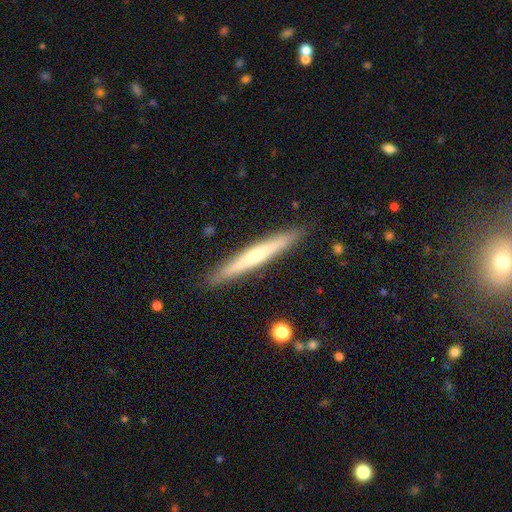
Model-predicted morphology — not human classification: Overall: featured or disk (50%; smooth 44%). Edge-on disk: yes (96%). Merging: none (90%).